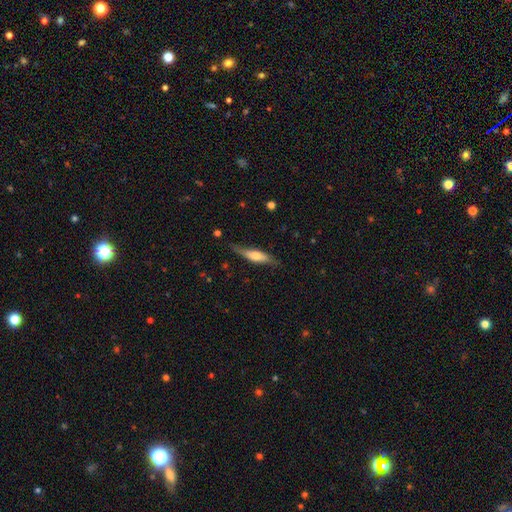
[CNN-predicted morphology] Smooth or featured? smooth (49%)
Merging? none (71%)